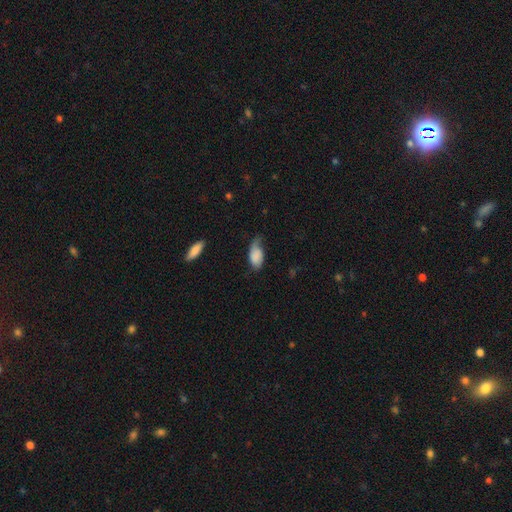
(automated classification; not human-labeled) Smooth or featured: smooth — 78% (featured or disk — 15%)
How rounded: in between — 92% (round — 5%)
Merging: minor disturbance — 41% (none — 31%)